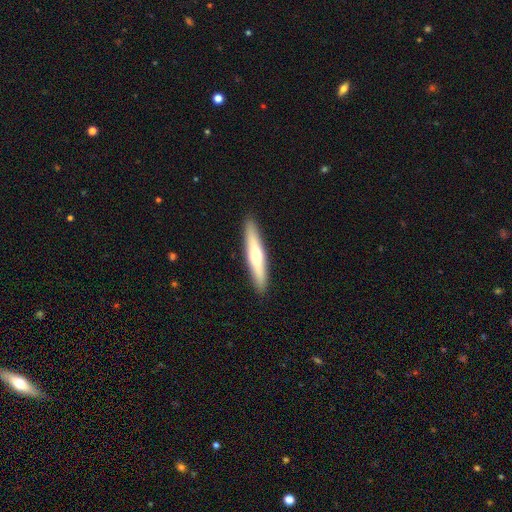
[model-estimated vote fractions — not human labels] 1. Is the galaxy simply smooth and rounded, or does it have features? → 50% smooth, 45% featured or disk, 5% star or artifact.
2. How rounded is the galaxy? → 87% cigar-shaped, 11% in between, 1% round.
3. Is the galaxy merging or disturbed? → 91% none, 6% minor disturbance, 1% major disturbance, 1% merger.